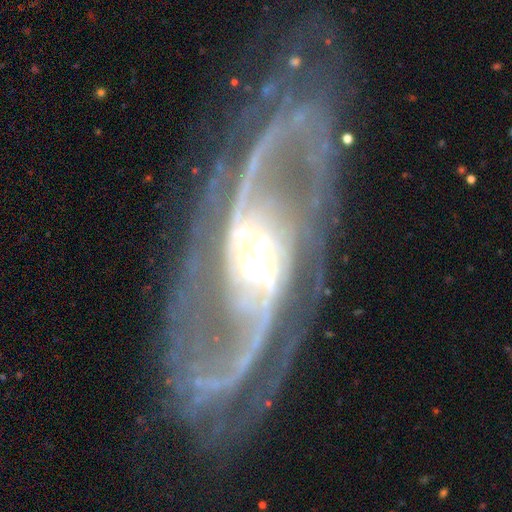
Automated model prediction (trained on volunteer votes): featured or disk 91%, star or artifact 5%, smooth 4%. Down the decision tree: edge-on disk — no (93%); bar — strong (54%); spiral arms — yes (93%); spiral arm count — 2 (63%); spiral winding — medium (42%); bulge size — moderate (53%); merging — none (47%).